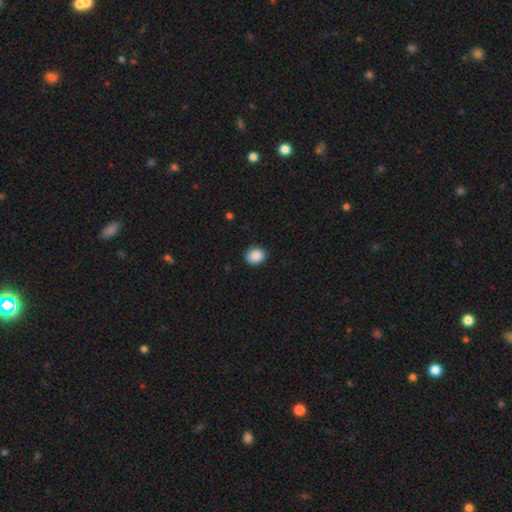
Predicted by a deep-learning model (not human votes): Smooth or featured? smooth (88%)
How rounded? round (63%)
Merging? none (90%)